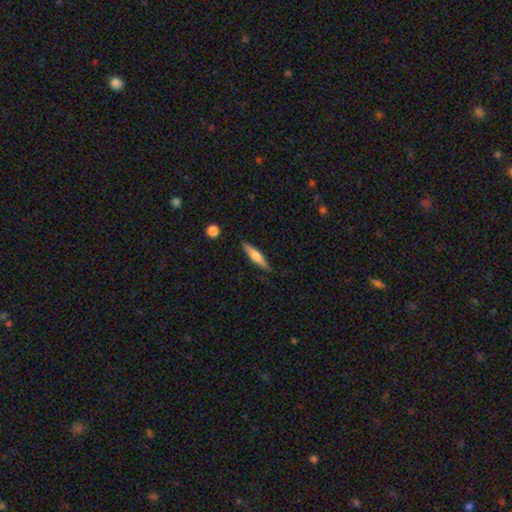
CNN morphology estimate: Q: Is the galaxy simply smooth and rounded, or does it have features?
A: smooth — 49%.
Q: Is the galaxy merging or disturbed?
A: none — 86%.